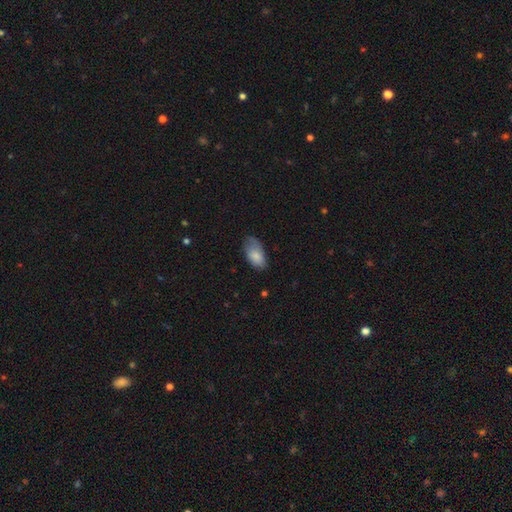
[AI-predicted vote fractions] A smooth galaxy with no disk features (82%) that is in between round and cigar-shaped (94%). Merging: none (59%).